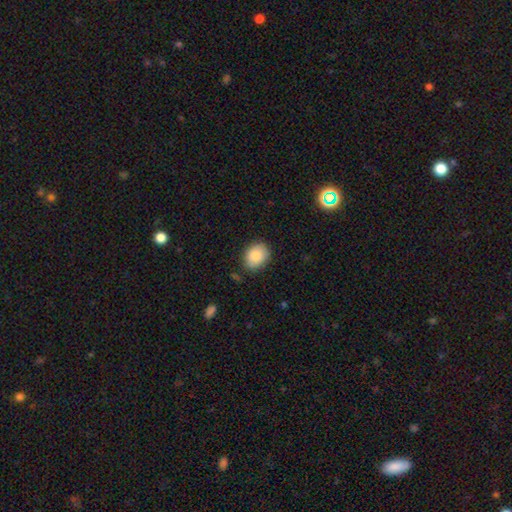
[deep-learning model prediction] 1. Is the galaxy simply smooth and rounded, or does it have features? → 86% smooth, 7% star or artifact, 7% featured or disk.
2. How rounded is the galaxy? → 57% in between, 42% round, 1% cigar-shaped.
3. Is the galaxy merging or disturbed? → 81% none, 15% minor disturbance, 3% major disturbance, 2% merger.